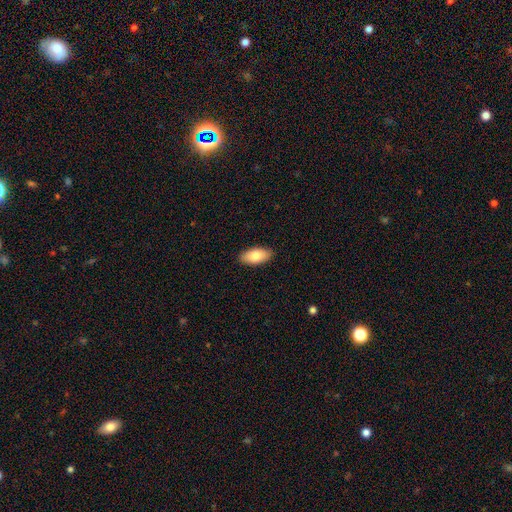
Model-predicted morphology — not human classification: Smooth or featured: smooth — 82% (featured or disk — 12%)
How rounded: in between — 92% (cigar-shaped — 6%)
Merging: none — 89% (minor disturbance — 8%)